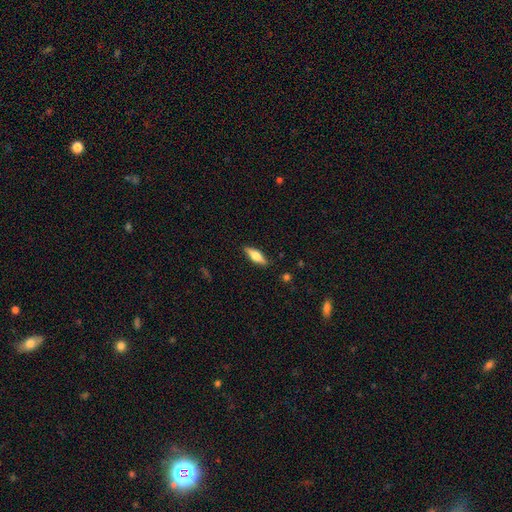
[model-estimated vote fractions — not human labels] Smooth or featured? Predicted: smooth (p=0.53). How rounded? Predicted: in between (p=0.53). Merging? Predicted: none (p=0.88).